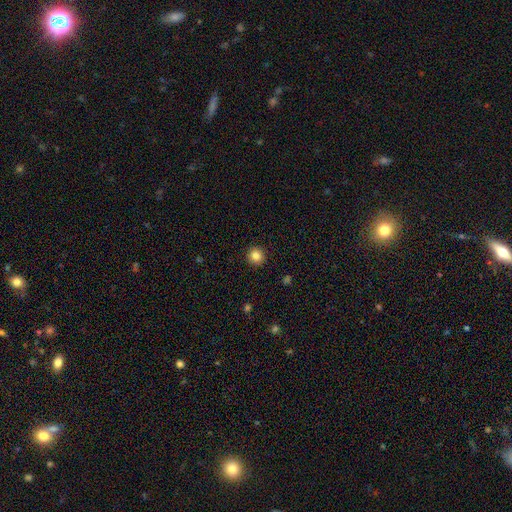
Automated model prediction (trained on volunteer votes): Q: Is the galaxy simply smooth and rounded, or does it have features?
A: smooth — 84%.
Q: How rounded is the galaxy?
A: round — 94%.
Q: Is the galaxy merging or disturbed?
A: none — 92%.